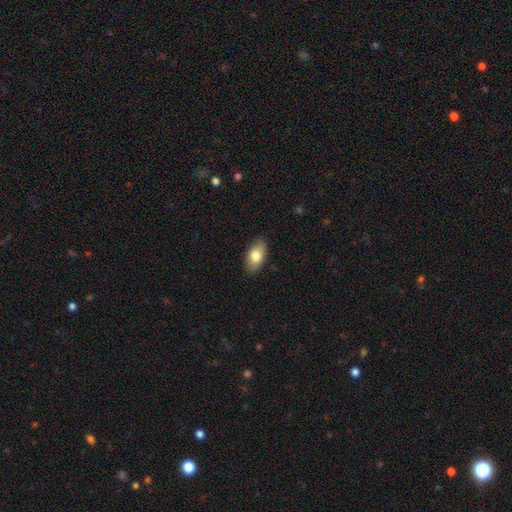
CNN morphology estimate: type=smooth (80%); roundness=in between (93%); merging=none (87%).